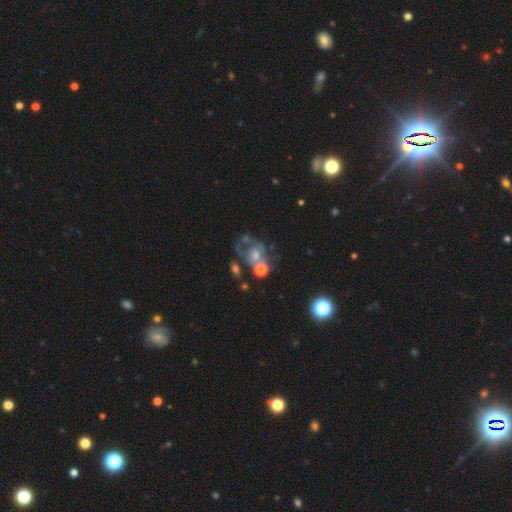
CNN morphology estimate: Smooth or featured?
  - featured or disk: 54% *
  - smooth: 30%
  - star or artifact: 15%
Edge-on disk?
  - no: 97% *
  - yes: 3%
Bar?
  - no: 81% *
  - weak: 15%
  - strong: 4%
Spiral arms?
  - no: 62% *
  - yes: 38%
Bulge size?
  - moderate: 39% *
  - small: 30%
  - none: 18%
  - large: 10%
  - dominant: 3%
Merging?
  - none: 30% *
  - major disturbance: 26%
  - merger: 25%
  - minor disturbance: 18%